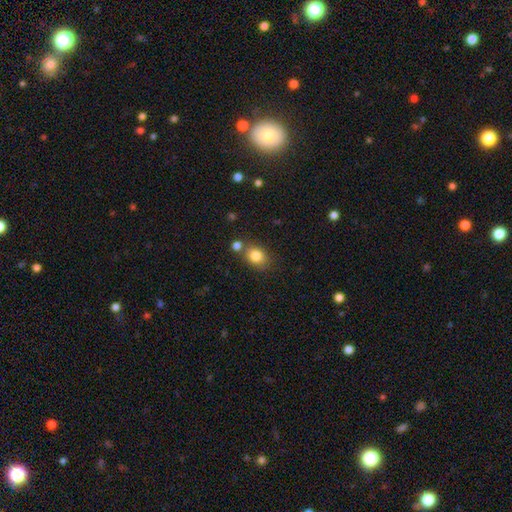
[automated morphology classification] Smooth or featured: smooth — 83% (star or artifact — 10%)
How rounded: round — 53% (in between — 46%)
Merging: none — 68% (merger — 16%)